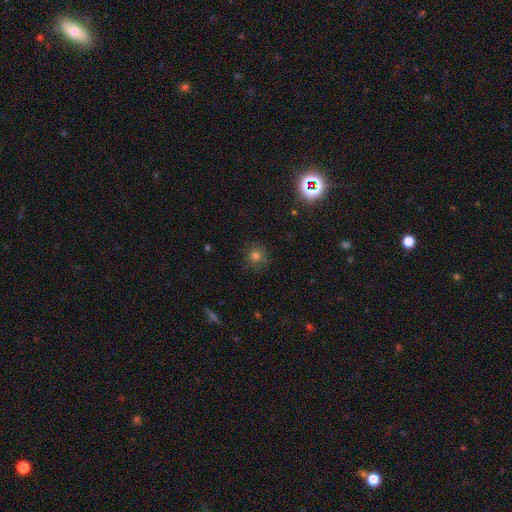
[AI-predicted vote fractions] Overall: smooth (73%). How rounded: round (90%). Merging: none (83%).